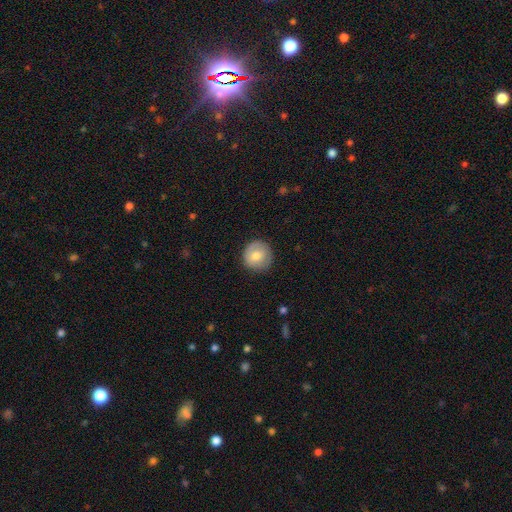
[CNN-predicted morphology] Smooth or featured?
  - smooth: 74% *
  - featured or disk: 19%
  - star or artifact: 7%
How rounded?
  - round: 93% *
  - in between: 6%
  - cigar-shaped: 1%
Merging?
  - none: 86% *
  - minor disturbance: 10%
  - major disturbance: 3%
  - merger: 1%